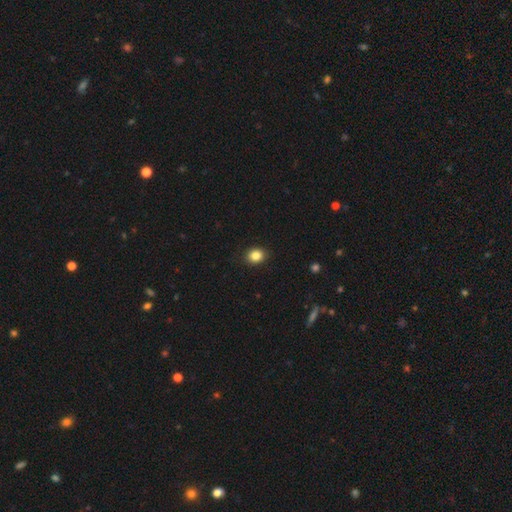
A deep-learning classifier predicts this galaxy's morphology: A smooth galaxy with no disk features (85%) that is round (59%). Merging: none (90%).